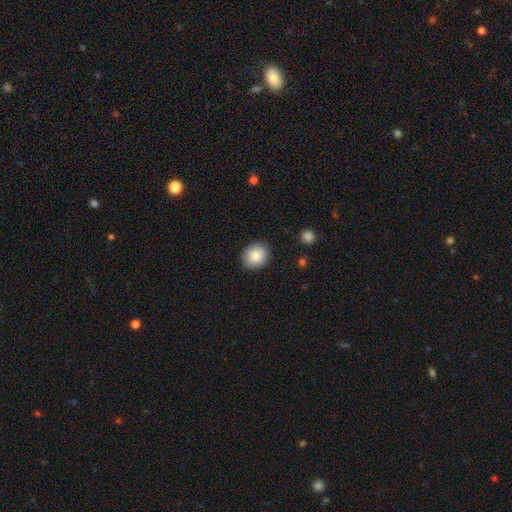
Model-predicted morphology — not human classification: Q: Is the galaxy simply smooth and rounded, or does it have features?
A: smooth — 85%.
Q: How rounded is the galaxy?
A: round — 66%.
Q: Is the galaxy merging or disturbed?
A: none — 88%.